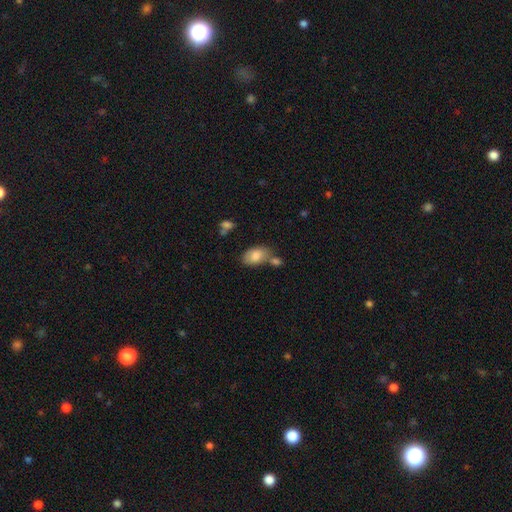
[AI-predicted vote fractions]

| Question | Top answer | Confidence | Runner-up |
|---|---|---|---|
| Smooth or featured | smooth | 83% | featured or disk (11%) |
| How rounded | in between | 91% | round (7%) |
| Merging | none | 55% | merger (23%) |